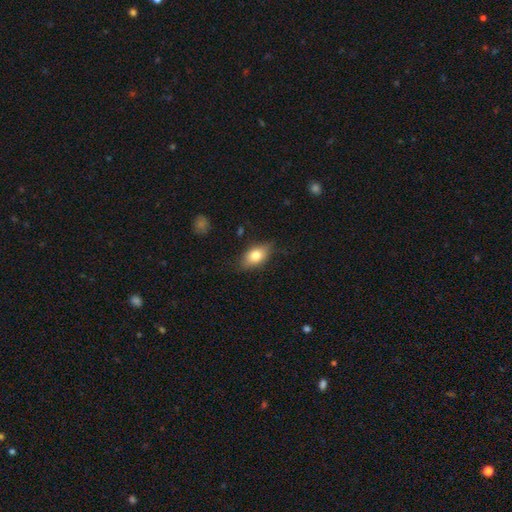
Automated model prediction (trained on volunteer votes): A smooth galaxy with no disk features (74%) that is in between round and cigar-shaped (85%).

Vote fractions:
- Smooth or featured? smooth: 74% / featured or disk: 18% / star or artifact: 7%
- How rounded? in between: 85% / round: 9% / cigar-shaped: 5%
- Merging? none: 77% / minor disturbance: 18% / major disturbance: 4% / merger: 1%